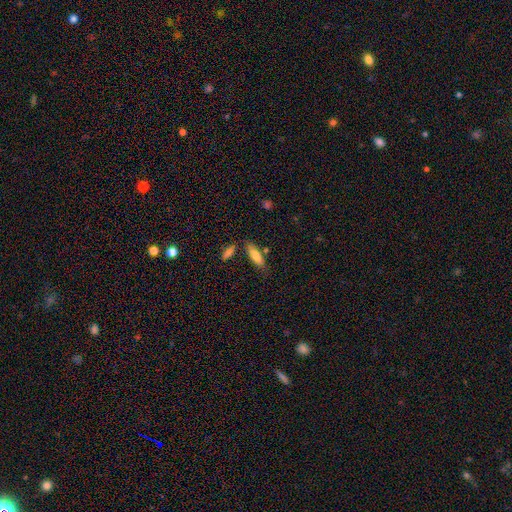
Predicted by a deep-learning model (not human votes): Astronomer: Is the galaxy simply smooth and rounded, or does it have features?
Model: smooth — 75%.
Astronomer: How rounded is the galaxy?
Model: cigar-shaped — 52% (runner-up: in between, 46%).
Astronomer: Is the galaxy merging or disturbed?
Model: none — 74%.